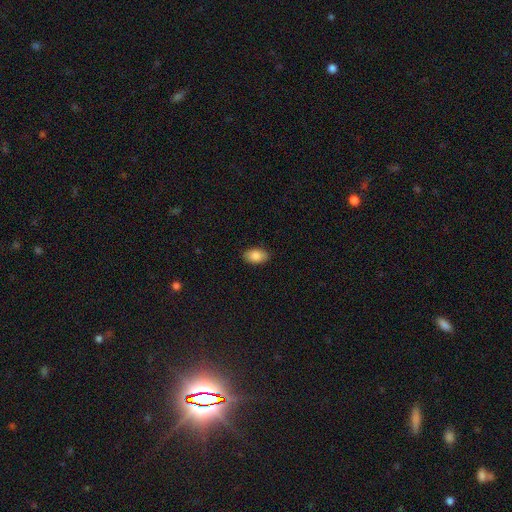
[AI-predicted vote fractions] Smooth or featured?
  - smooth: 87% *
  - star or artifact: 7%
  - featured or disk: 6%
How rounded?
  - in between: 92% *
  - round: 6%
  - cigar-shaped: 2%
Merging?
  - none: 89% *
  - minor disturbance: 8%
  - major disturbance: 2%
  - merger: 1%